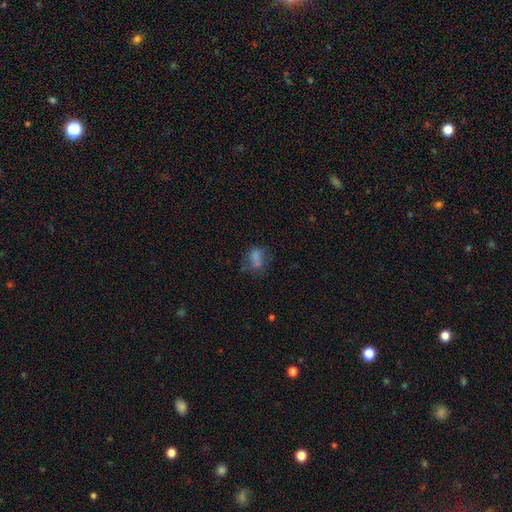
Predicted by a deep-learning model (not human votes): A smooth galaxy with no disk features (59%) that is in between round and cigar-shaped (60%). Merging: none (49%).